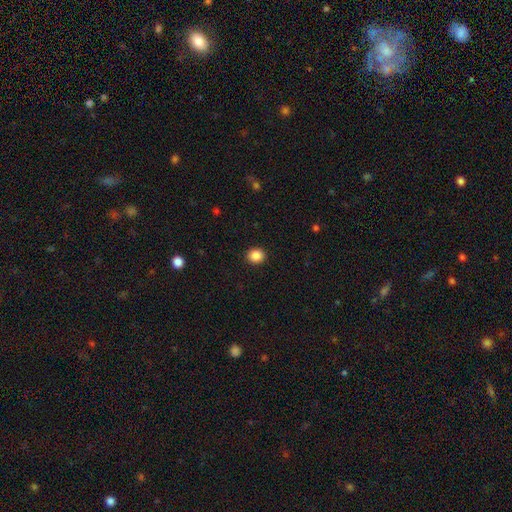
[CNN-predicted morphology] Overall: smooth (87%). How rounded: round (76%). Merging: none (92%).